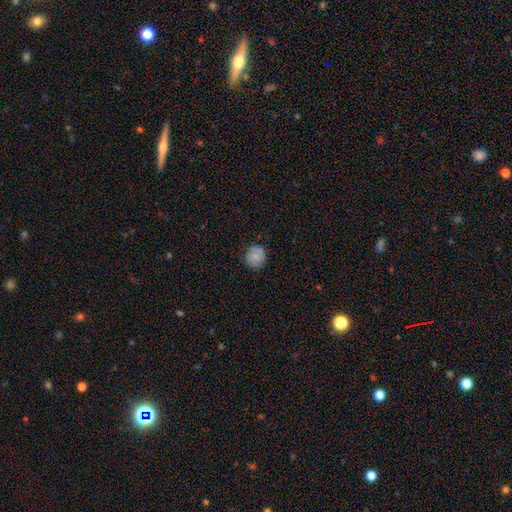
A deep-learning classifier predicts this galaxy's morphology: A smooth galaxy with no disk features (75%) that is round (89%). Merging: none (80%).